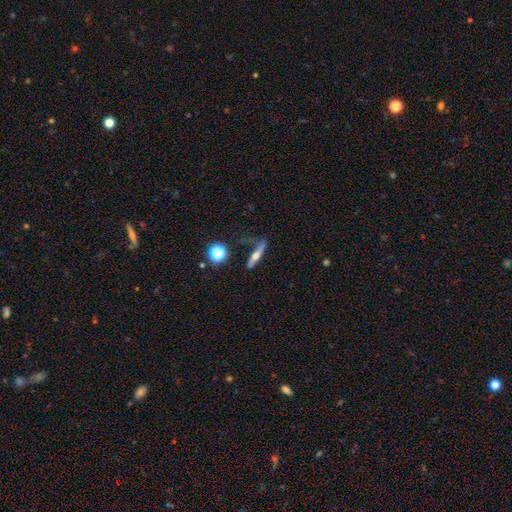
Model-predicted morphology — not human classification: This is possibly a featured or disk galaxy (49%). Merging: possibly none (53%).